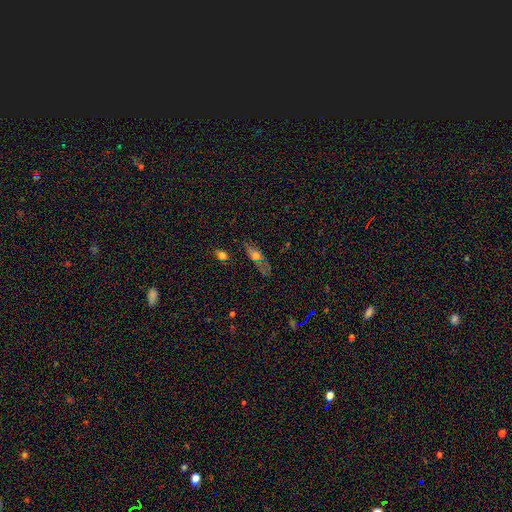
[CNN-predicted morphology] Overall: smooth (56%; featured or disk 29%). How rounded: in between (55%; cigar-shaped 38%). Merging: none (61%; minor disturbance 22%).